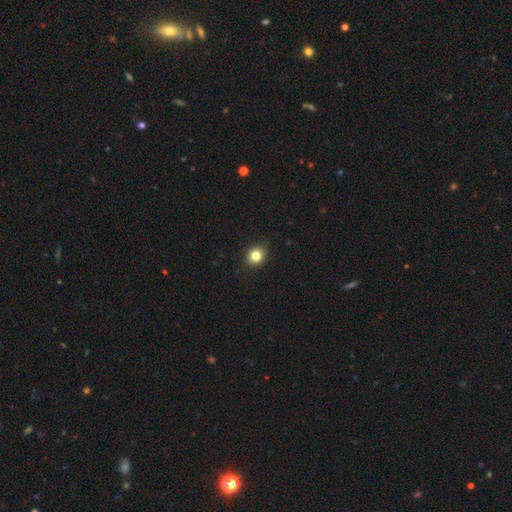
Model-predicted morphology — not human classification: This appears to be a smooth galaxy with no disk features (82%) that is round (76%). Merging: none (88%).